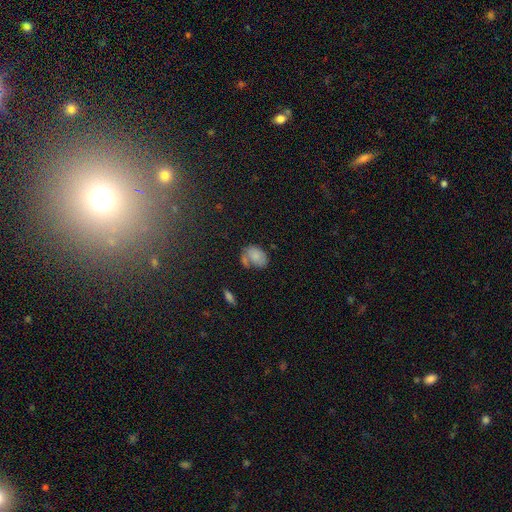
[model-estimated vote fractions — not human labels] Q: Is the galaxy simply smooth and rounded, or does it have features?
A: smooth — 75%.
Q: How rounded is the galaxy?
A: in between — 78%.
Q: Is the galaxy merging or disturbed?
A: none — 43%.